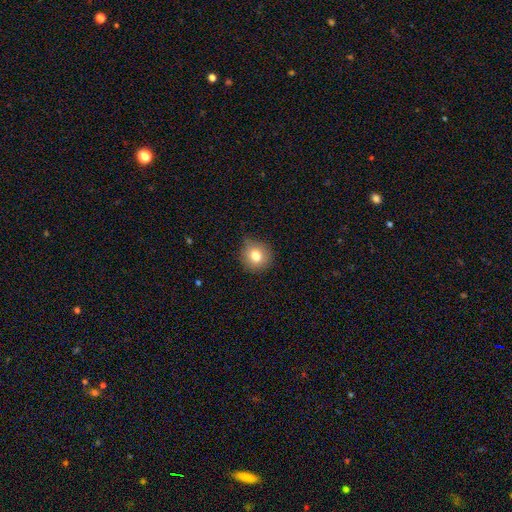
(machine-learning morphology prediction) A smooth galaxy with no disk features (79%) that is round (90%).

Vote fractions:
- Smooth or featured? smooth: 79% / star or artifact: 11% / featured or disk: 10%
- How rounded? round: 90% / in between: 9% / cigar-shaped: 1%
- Merging? none: 77% / minor disturbance: 18% / major disturbance: 3% / merger: 1%